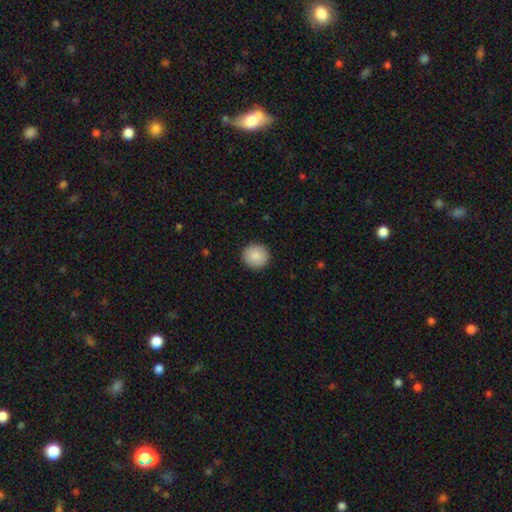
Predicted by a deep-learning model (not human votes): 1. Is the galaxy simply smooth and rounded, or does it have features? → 88% smooth, 7% star or artifact, 5% featured or disk.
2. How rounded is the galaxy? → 93% round, 6% in between, 1% cigar-shaped.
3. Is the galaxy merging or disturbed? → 92% none, 5% minor disturbance, 2% major disturbance, 1% merger.